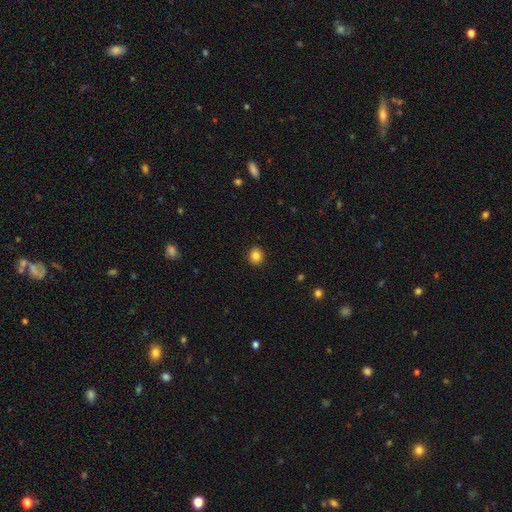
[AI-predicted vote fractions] smooth 85%, star or artifact 11%, featured or disk 4%. Down the decision tree: how rounded — round (81%); merging — none (92%).